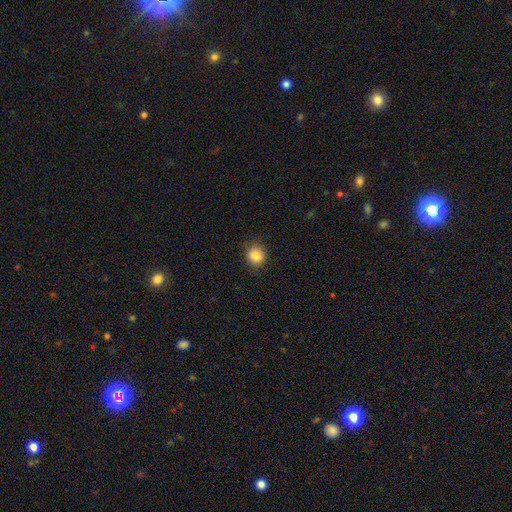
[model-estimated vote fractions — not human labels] smooth 85%, star or artifact 10%, featured or disk 5%. Down the decision tree: how rounded — round (82%); merging — none (85%).